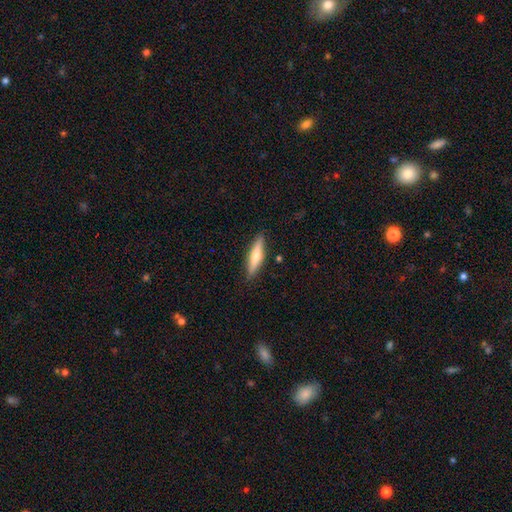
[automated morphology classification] type=smooth (56%); roundness=cigar-shaped (80%); merging=none (88%).